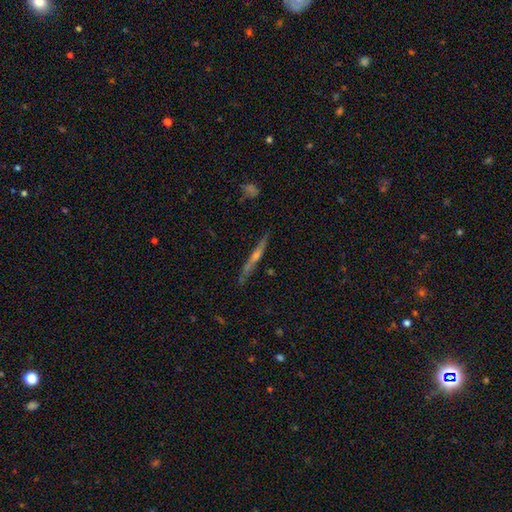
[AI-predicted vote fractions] Overall: featured or disk (68%). Edge-on disk: yes (96%). Edge-on bulge: rounded (63%; none 30%). Merging: none (84%).